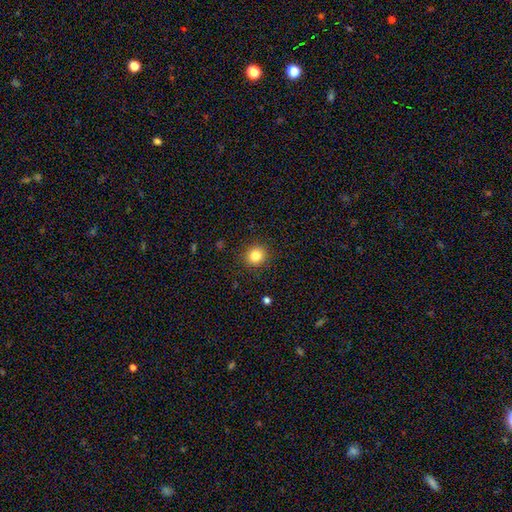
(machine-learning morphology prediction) A smooth galaxy with no disk features (83%) that is round (90%).

Vote fractions:
- Smooth or featured? smooth: 83% / star or artifact: 11% / featured or disk: 6%
- How rounded? round: 90% / in between: 9% / cigar-shaped: 1%
- Merging? none: 91% / minor disturbance: 6% / major disturbance: 2% / merger: 1%